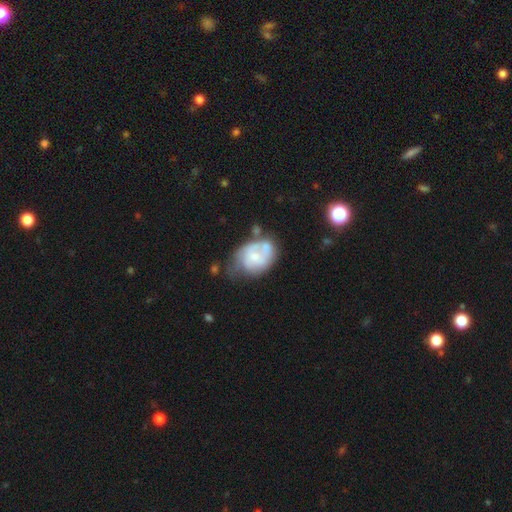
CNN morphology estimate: This is possibly a featured or disk galaxy (57%). It is clearly not viewed edge-on (97%). Bar: likely no (79%). Spiral arm pattern: possibly yes (52%). Central bulge: possibly small (58%). Merging: marginally minor disturbance (31%, tied with none).